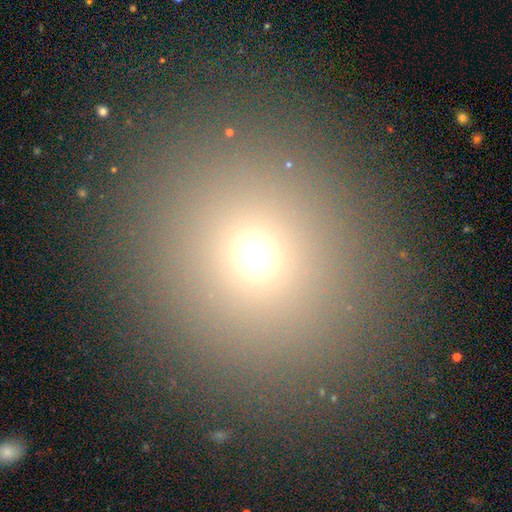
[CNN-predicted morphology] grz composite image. It shows a smooth galaxy with no disk features (67%) that is round (85%). Merging: none (88%).